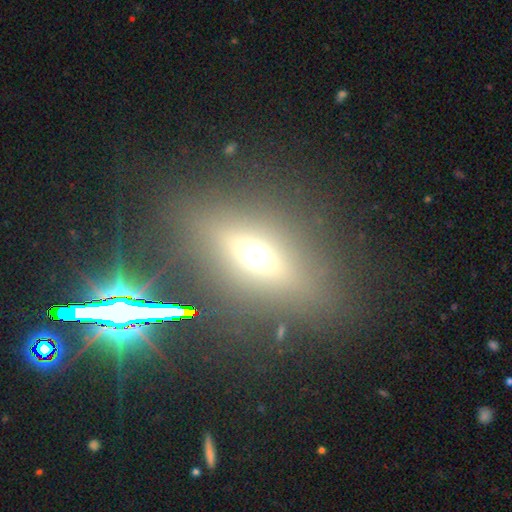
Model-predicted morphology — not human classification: The model was most divided on "smooth or featured": smooth: 41%, featured or disk: 31%, star or artifact: 28%. More confident: merging — none (82%).